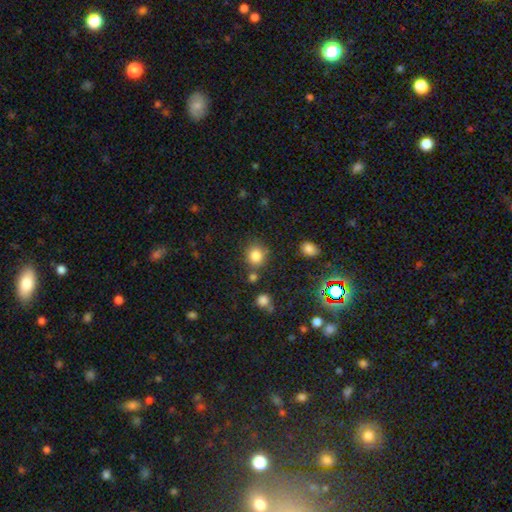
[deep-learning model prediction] smooth_or_featured: smooth (p=0.82) [alt: star or artifact p=0.12]
how_rounded: round (p=0.82) [alt: in between p=0.18]
merging: none (p=0.77) [alt: minor disturbance p=0.10]